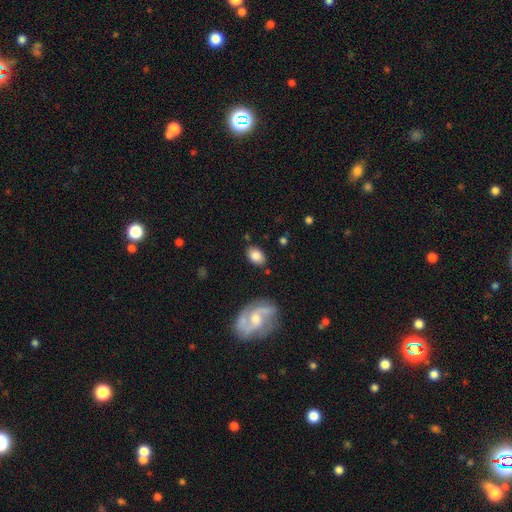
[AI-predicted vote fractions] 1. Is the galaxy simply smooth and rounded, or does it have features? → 79% smooth, 13% featured or disk, 7% star or artifact.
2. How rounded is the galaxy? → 84% in between, 14% round, 1% cigar-shaped.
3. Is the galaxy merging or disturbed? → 80% none, 13% minor disturbance, 4% major disturbance, 3% merger.